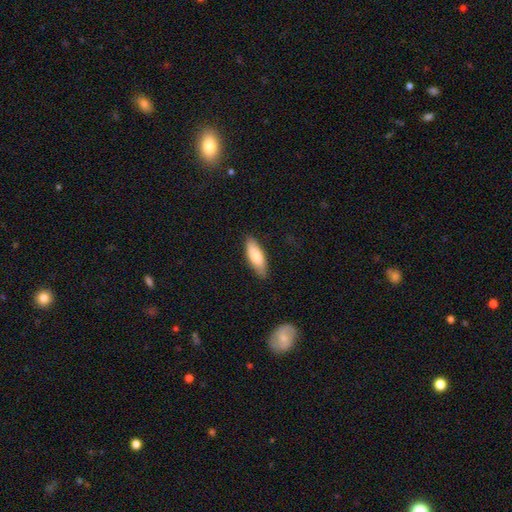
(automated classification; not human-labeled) A smooth galaxy with no disk features (79%) that is in between round and cigar-shaped (63%).

Vote fractions:
- Smooth or featured? smooth: 79% / featured or disk: 15% / star or artifact: 6%
- How rounded? in between: 63% / cigar-shaped: 35% / round: 2%
- Merging? none: 81% / minor disturbance: 15% / major disturbance: 2% / merger: 1%